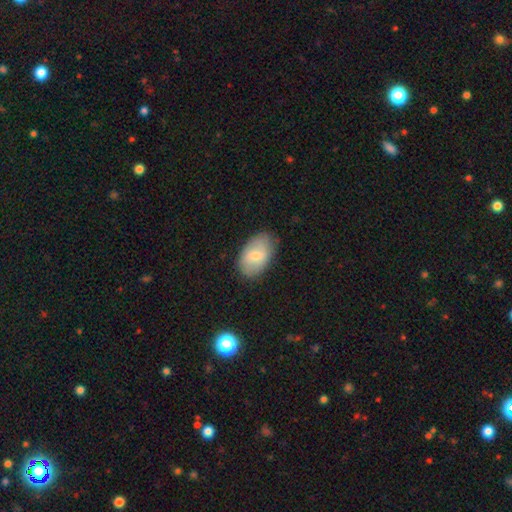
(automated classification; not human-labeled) The model was most divided on "smooth or featured": smooth: 65%, featured or disk: 28%, star or artifact: 6%. More confident: how rounded — in between (91%); merging — none (80%).